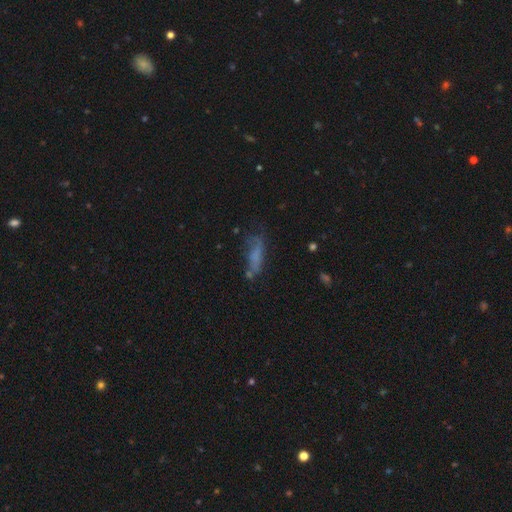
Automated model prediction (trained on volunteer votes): smooth-or-featured: smooth: 56% | featured or disk: 30% | star or artifact: 14%
  how-rounded: cigar-shaped: 52% | in between: 45% | round: 3%
  merging: none: 45% | minor disturbance: 26% | major disturbance: 20% | merger: 9%